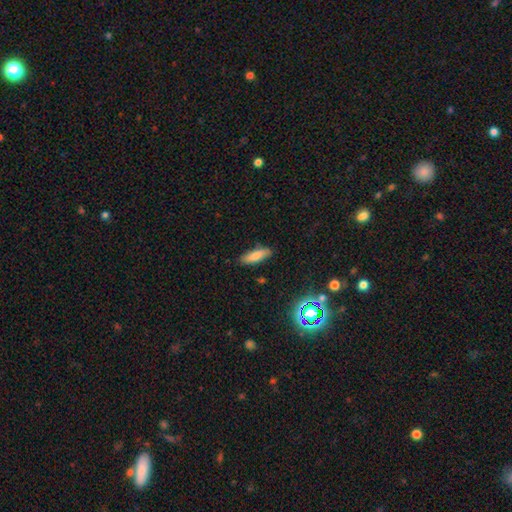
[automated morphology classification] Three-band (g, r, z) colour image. It shows a smooth galaxy with no disk features (80%) that is in between round and cigar-shaped (52%). Merging: none (84%).